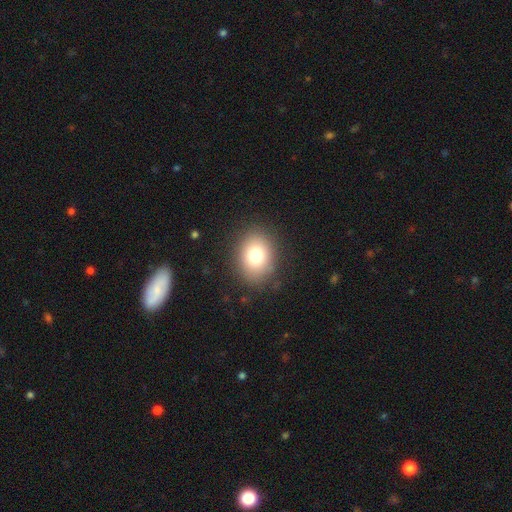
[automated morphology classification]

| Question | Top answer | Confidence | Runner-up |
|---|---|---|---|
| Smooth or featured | smooth | 79% | star or artifact (11%) |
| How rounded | in between | 60% | round (39%) |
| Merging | none | 86% | minor disturbance (10%) |